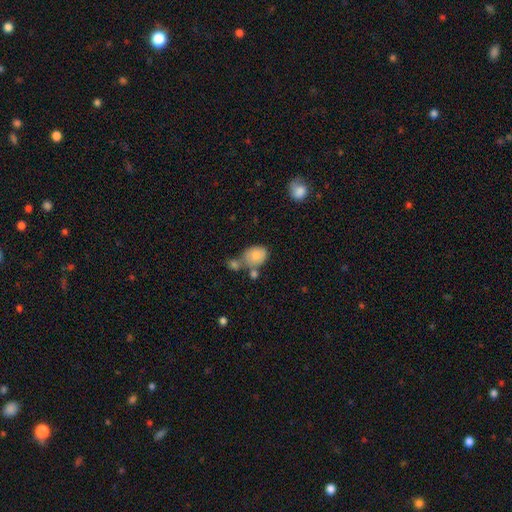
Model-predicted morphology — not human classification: Smooth or featured?
  - smooth: 81% *
  - featured or disk: 11%
  - star or artifact: 8%
How rounded?
  - in between: 60% *
  - round: 39%
  - cigar-shaped: 1%
Merging?
  - none: 44% *
  - merger: 31%
  - minor disturbance: 18%
  - major disturbance: 7%